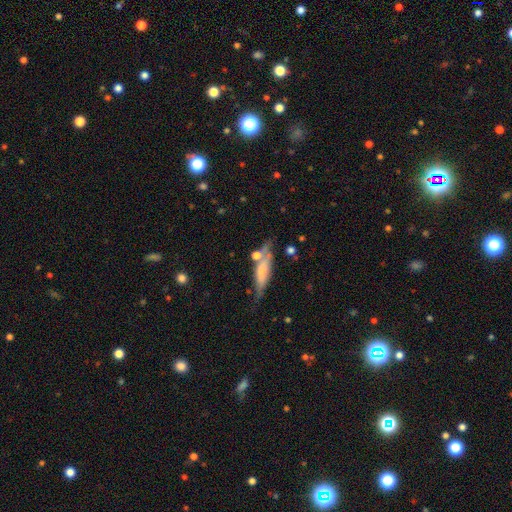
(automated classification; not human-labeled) A smooth galaxy with no disk features (54%) that is cigar-shaped (61%).

Vote fractions:
- Smooth or featured? smooth: 54% / featured or disk: 39% / star or artifact: 7%
- How rounded? cigar-shaped: 61% / in between: 33% / round: 6%
- Merging? none: 50% / minor disturbance: 21% / merger: 20% / major disturbance: 9%